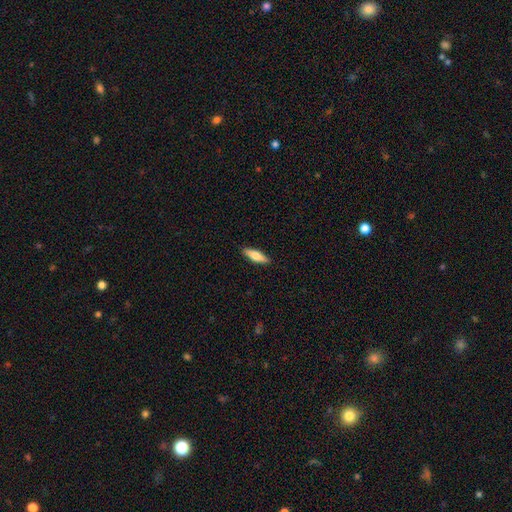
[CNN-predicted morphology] Smooth or featured? Predicted: smooth (p=0.66). How rounded? Predicted: cigar-shaped (p=0.56). Merging? Predicted: none (p=0.89).